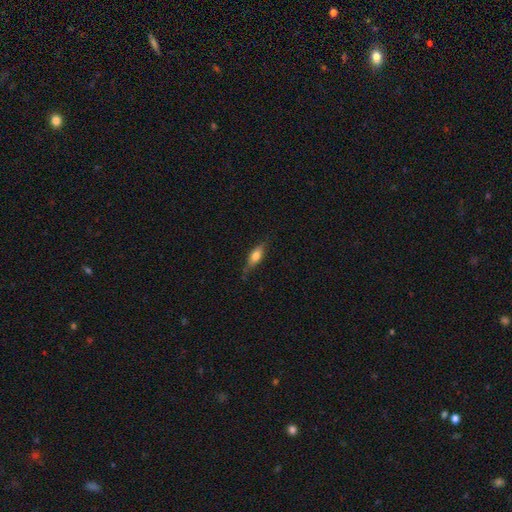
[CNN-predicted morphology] A smooth galaxy with no disk features (61%) that is in between round and cigar-shaped (57%).

Vote fractions:
- Smooth or featured? smooth: 61% / featured or disk: 32% / star or artifact: 7%
- How rounded? in between: 57% / cigar-shaped: 39% / round: 4%
- Merging? none: 72% / minor disturbance: 22% / major disturbance: 5% / merger: 1%